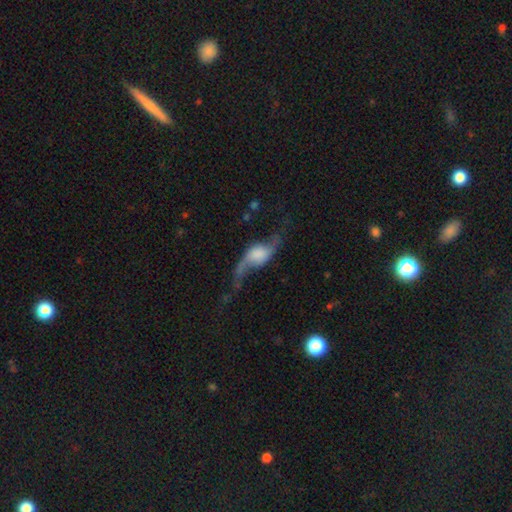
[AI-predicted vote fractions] A featured or disk galaxy (76%) with no bar (57%), 2 (92%) loose (90%) spiral arms (92%) and a large central bulge (28%).

Vote fractions:
- Smooth or featured? featured or disk: 76% / smooth: 17% / star or artifact: 7%
- Edge-on disk? no: 86% / yes: 14%
- Bar? no: 57% / weak: 32% / strong: 11%
- Spiral arms? yes: 92% / no: 8%
- Spiral winding? loose: 90% / medium: 8% / tight: 2%
- Spiral arm count? 2: 92% / 1: 3% / can't tell: 2% / 3: 1% / 4: 1% / more than 4: 1%
- Bulge size? large: 28% / none: 24% / moderate: 18% / small: 17% / dominant: 13%
- Merging? none: 55% / major disturbance: 21% / minor disturbance: 20% / merger: 4%